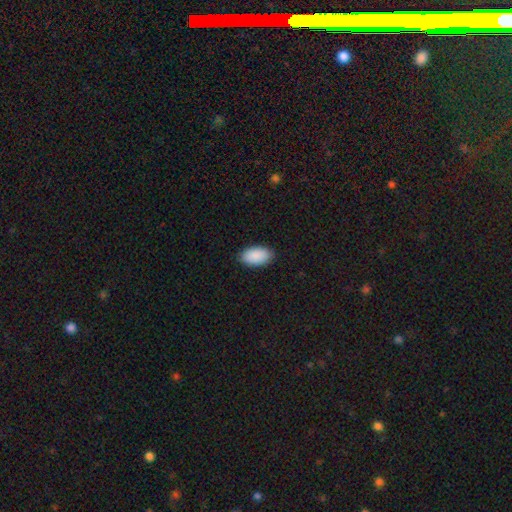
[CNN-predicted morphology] This is clearly a smooth galaxy (91%). How rounded: clearly in between (96%). Merging: clearly none (89%).